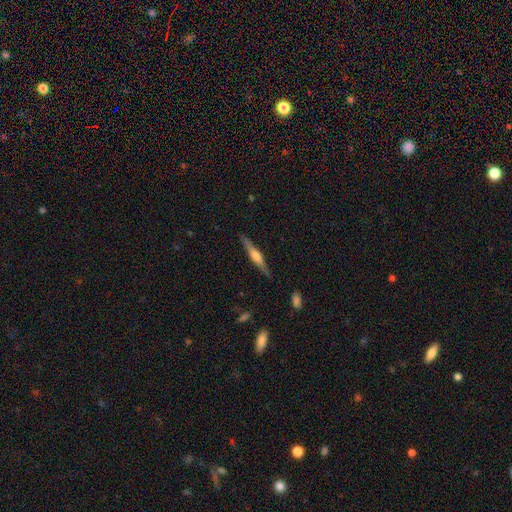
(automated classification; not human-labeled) Smooth or featured? featured or disk (71%)
Edge-on disk? yes (98%)
Edge-on bulge? rounded (81%)
Merging? none (89%)